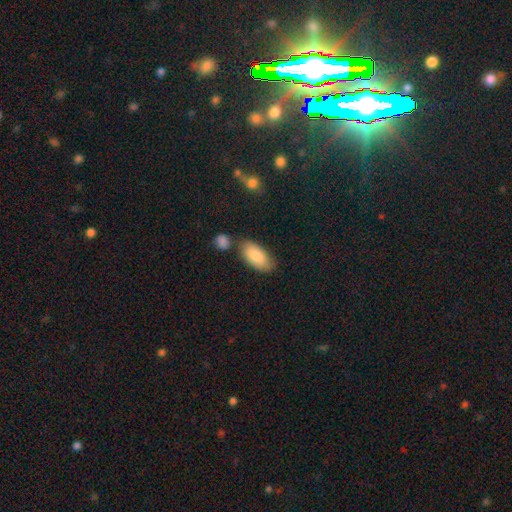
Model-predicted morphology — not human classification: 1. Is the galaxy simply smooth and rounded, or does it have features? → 83% smooth, 11% featured or disk, 6% star or artifact.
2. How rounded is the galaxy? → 92% in between, 5% cigar-shaped, 2% round.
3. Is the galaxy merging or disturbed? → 65% none, 17% minor disturbance, 13% merger, 4% major disturbance.